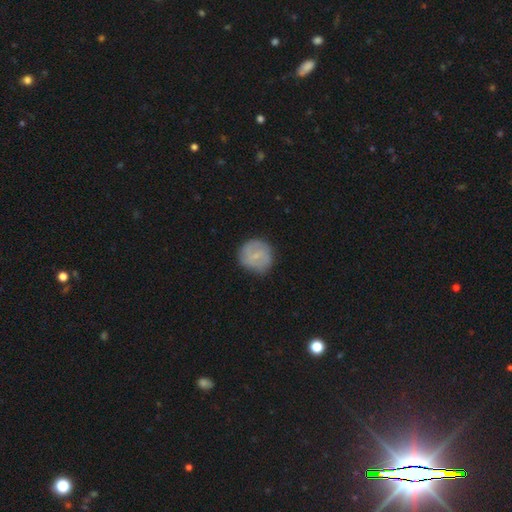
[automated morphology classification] smooth-or-featured: smooth: 56% | featured or disk: 37% | star or artifact: 7%
  how-rounded: round: 91% | in between: 8% | cigar-shaped: 1%
  merging: none: 78% | minor disturbance: 16% | major disturbance: 4% | merger: 1%